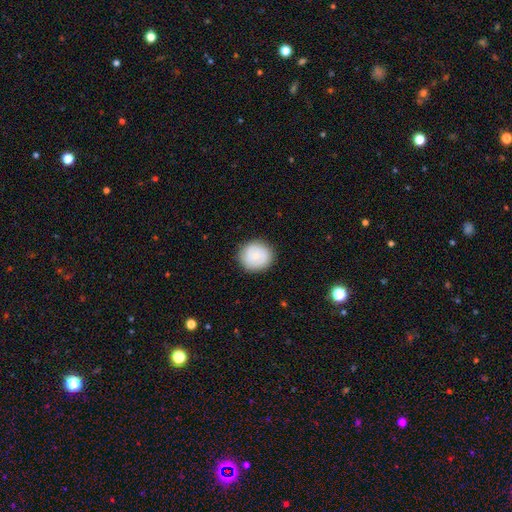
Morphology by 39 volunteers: Overall: smooth (72%). How rounded: round (96%). Merging: none (95%).